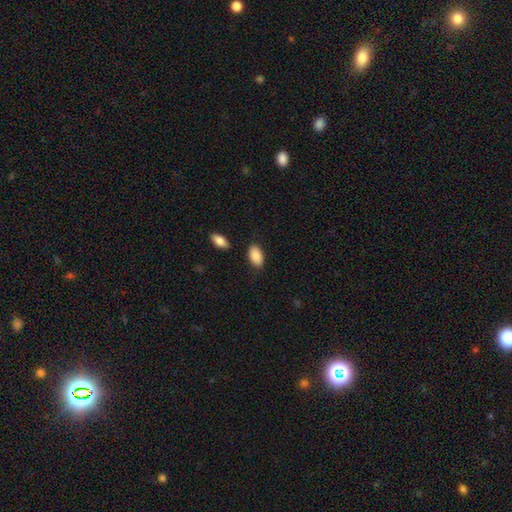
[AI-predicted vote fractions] smooth 89%, star or artifact 6%, featured or disk 5%. Down the decision tree: how rounded — in between (94%); merging — none (83%).